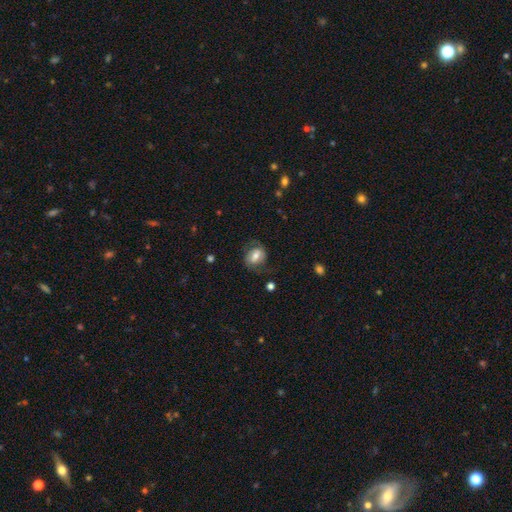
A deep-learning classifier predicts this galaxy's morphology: smooth_or_featured: smooth (p=0.52) [alt: featured or disk p=0.40]
how_rounded: in between (p=0.66) [alt: round p=0.33]
merging: none (p=0.62) [alt: minor disturbance p=0.21]